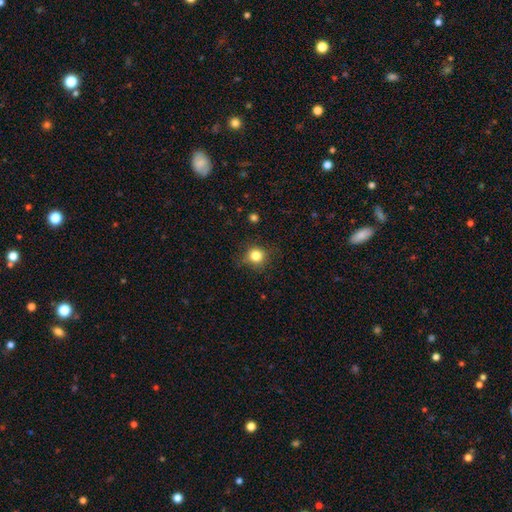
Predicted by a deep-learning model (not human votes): Smooth or featured? Predicted: smooth (p=0.81). How rounded? Predicted: round (p=0.89). Merging? Predicted: none (p=0.82).